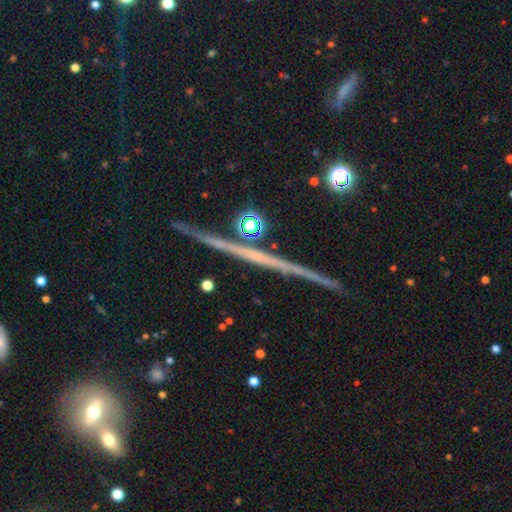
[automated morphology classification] smooth-or-featured: featured or disk: 68% | star or artifact: 17% | smooth: 15%
  disk-edge-on: yes: 97% | no: 3%
    edge-on-bulge: none: 83% | rounded: 11% | boxy: 6%
  merging: none: 90% | minor disturbance: 6% | merger: 2% | major disturbance: 2%